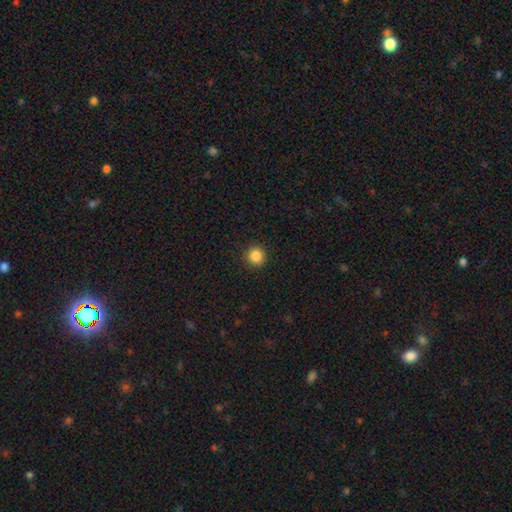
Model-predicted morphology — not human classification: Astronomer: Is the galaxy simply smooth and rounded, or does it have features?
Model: smooth — 86%.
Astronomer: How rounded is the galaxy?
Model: round — 92%.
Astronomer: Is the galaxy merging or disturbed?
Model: none — 91%.